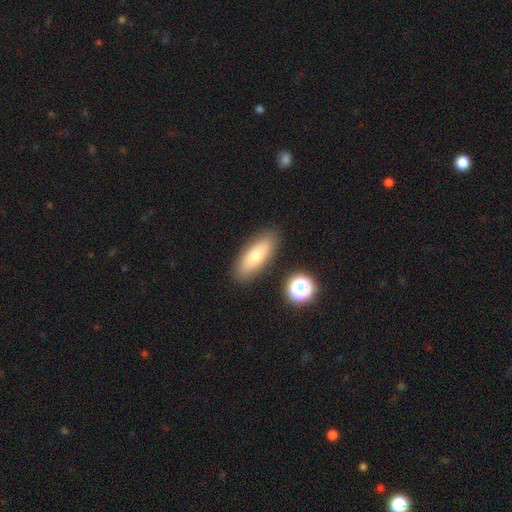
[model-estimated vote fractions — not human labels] Q: Smooth or featured?
A: smooth (72%); runner-up: featured or disk (20%)
Q: How rounded?
A: in between (68%); runner-up: cigar-shaped (28%)
Q: Merging?
A: none (85%); runner-up: minor disturbance (10%)